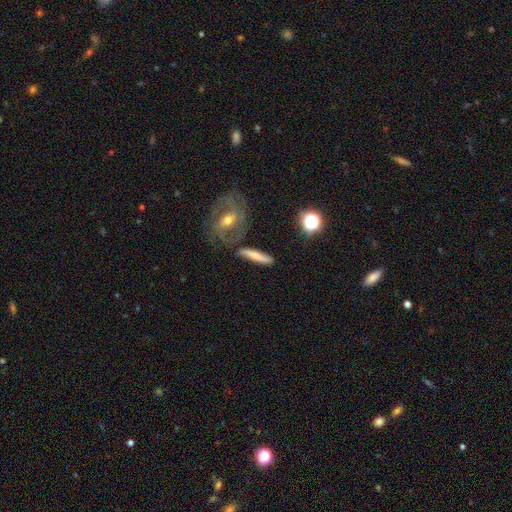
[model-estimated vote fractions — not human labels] This appears to be a smooth galaxy with no disk features (61%) that is cigar-shaped (84%). Merging: none (76%).